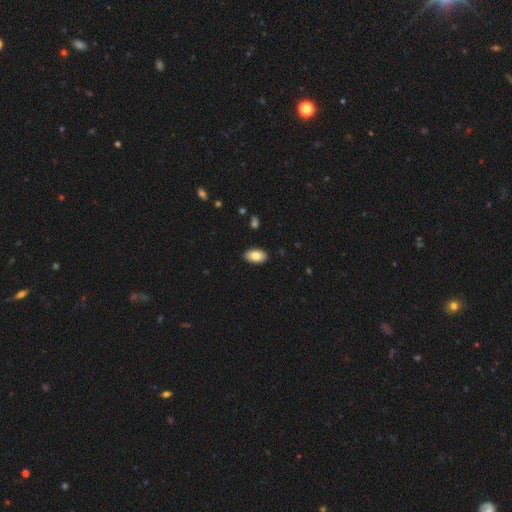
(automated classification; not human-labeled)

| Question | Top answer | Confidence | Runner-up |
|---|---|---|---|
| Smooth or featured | smooth | 82% | featured or disk (11%) |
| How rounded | in between | 95% | round (4%) |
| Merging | none | 90% | minor disturbance (8%) |